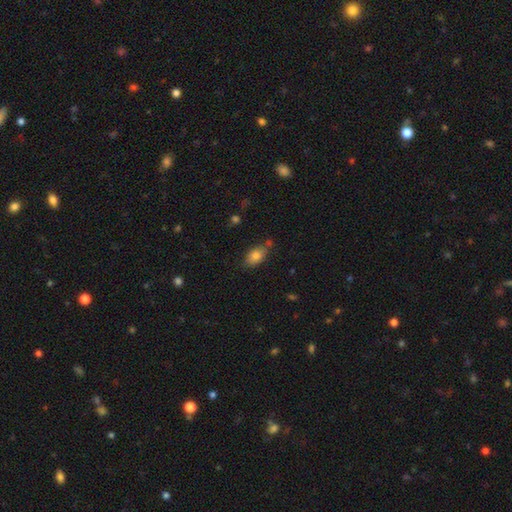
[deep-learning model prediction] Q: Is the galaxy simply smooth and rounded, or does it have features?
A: smooth — 81%.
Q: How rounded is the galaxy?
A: in between — 88%.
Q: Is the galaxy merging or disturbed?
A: none — 70%.